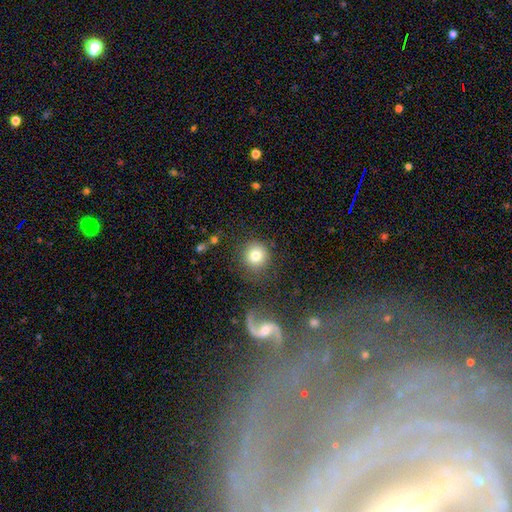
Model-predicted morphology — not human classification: Smooth or featured? smooth (79%)
How rounded? round (91%)
Merging? none (79%)